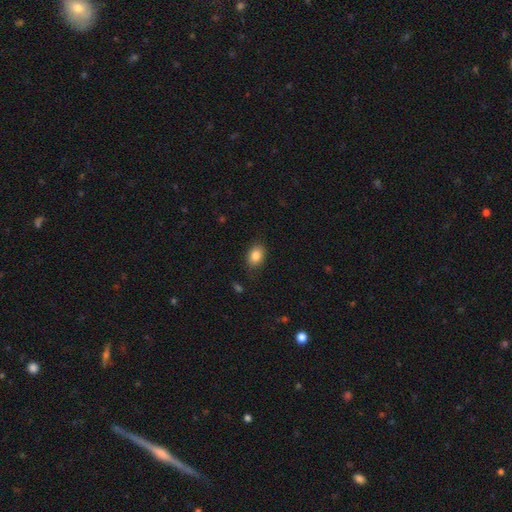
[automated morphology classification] This is clearly a smooth galaxy (85%). How rounded: likely in between (77%). Merging: clearly none (84%).